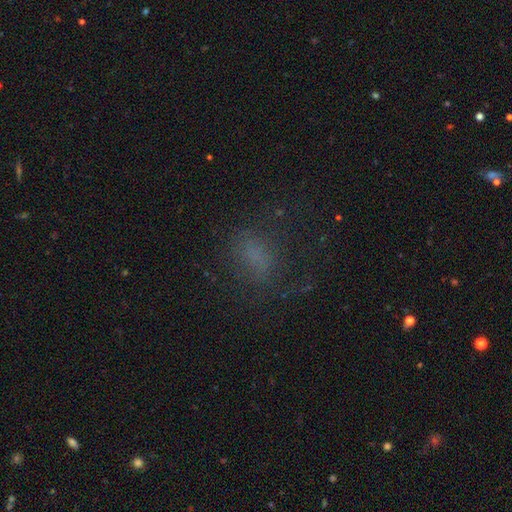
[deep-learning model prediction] This is possibly a smooth galaxy (54%). How rounded: likely in between (66%). Merging: possibly none (58%).